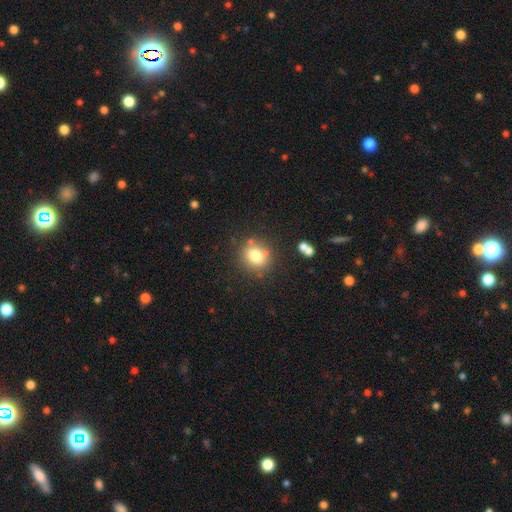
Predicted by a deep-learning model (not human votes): This is likely a smooth galaxy (77%). How rounded: clearly round (82%). Merging: likely none (78%).